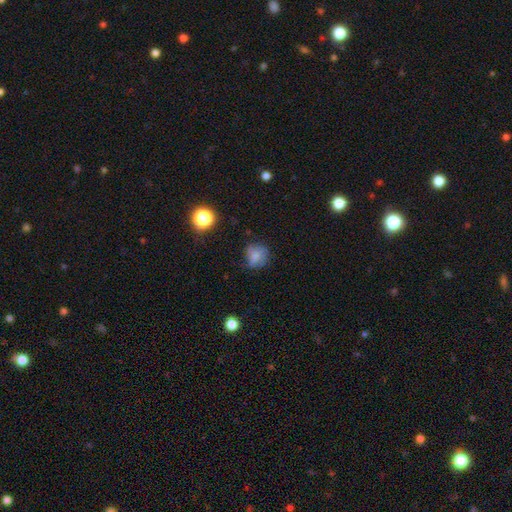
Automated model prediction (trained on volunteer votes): This is likely a smooth galaxy (70%). How rounded: likely round (74%). Merging: likely none (60%).